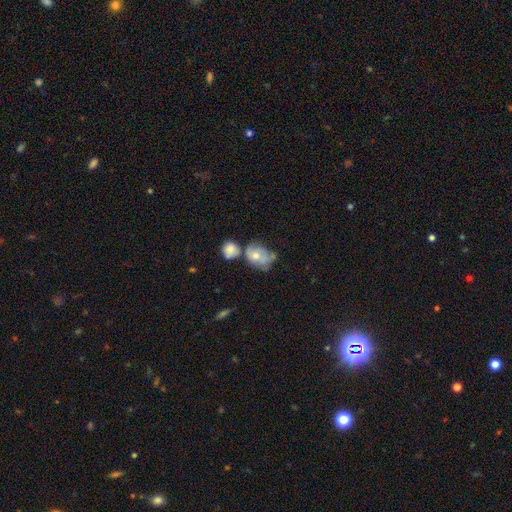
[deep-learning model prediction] This is marginally a smooth galaxy (44%). Merging: possibly none (53%).